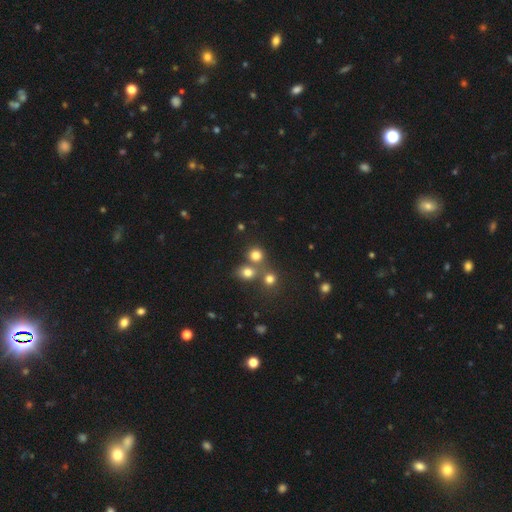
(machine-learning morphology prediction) smooth_or_featured: smooth (p=0.75) [alt: star or artifact p=0.17]
how_rounded: round (p=0.83) [alt: in between p=0.16]
merging: none (p=0.58) [alt: merger p=0.30]